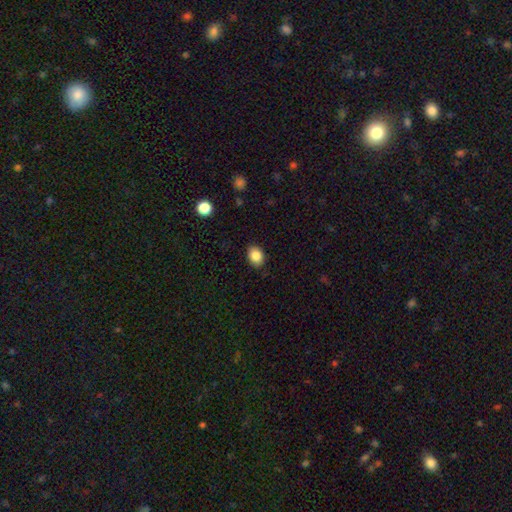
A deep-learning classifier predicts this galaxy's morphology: type=smooth (86%); roundness=in between (67%); merging=none (86%).